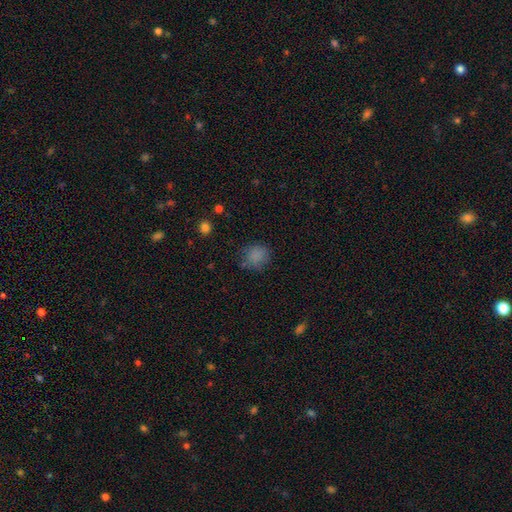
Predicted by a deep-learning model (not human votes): This is clearly a smooth galaxy (81%). How rounded: likely round (76%). Merging: likely none (70%).